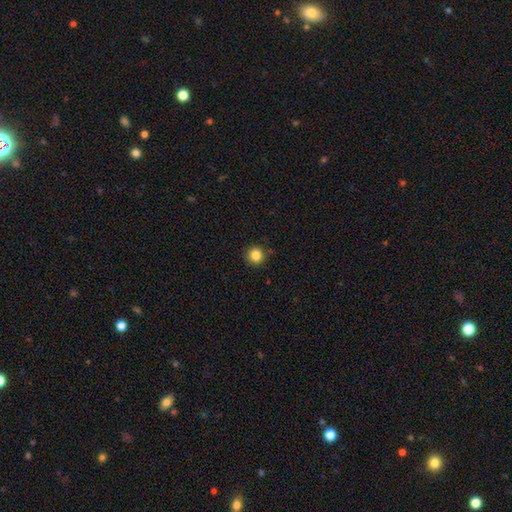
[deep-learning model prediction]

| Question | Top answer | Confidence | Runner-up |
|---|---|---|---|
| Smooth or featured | smooth | 84% | star or artifact (11%) |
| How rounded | round | 93% | in between (6%) |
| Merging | none | 87% | minor disturbance (9%) |